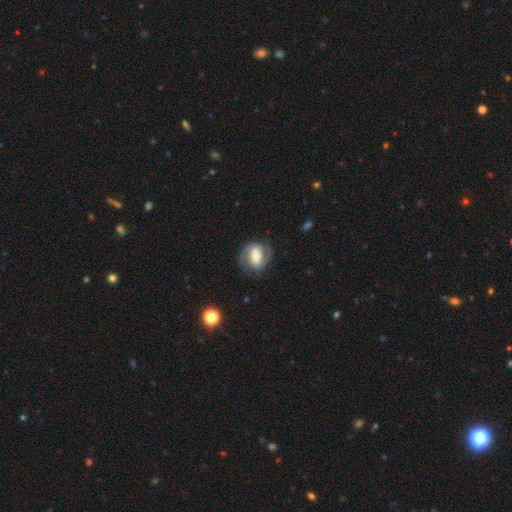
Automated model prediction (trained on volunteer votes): A featured or disk galaxy (57%) with a weak bar (36%), spiral arms (79%) and a moderate central bulge (45%). Merging: none (70%).